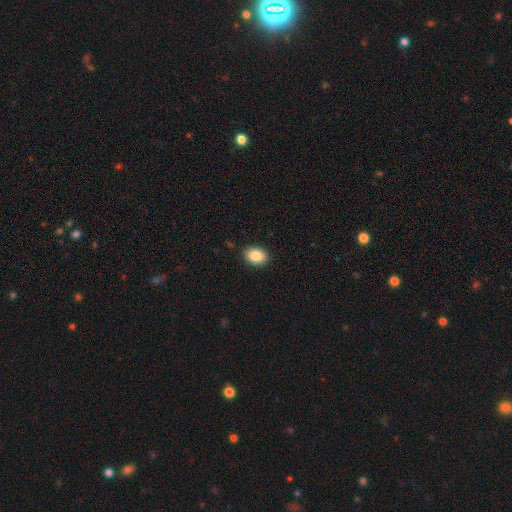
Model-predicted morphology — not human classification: The model was most divided on "how rounded": in between: 70%, round: 29%, cigar-shaped: 1%. More confident: merging — none (90%); smooth or featured — smooth (86%).